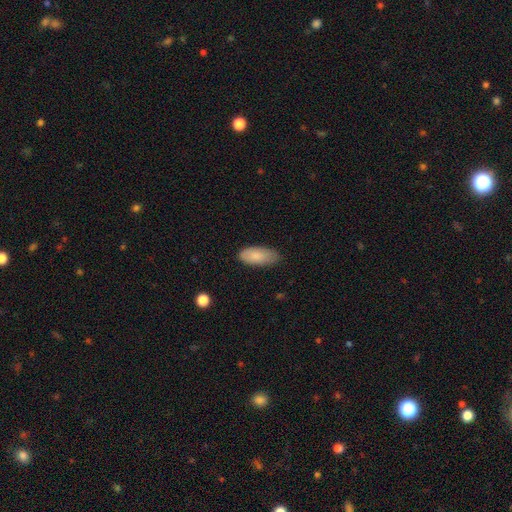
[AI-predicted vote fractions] Smooth or featured? smooth (84%)
How rounded? in between (88%)
Merging? none (70%)